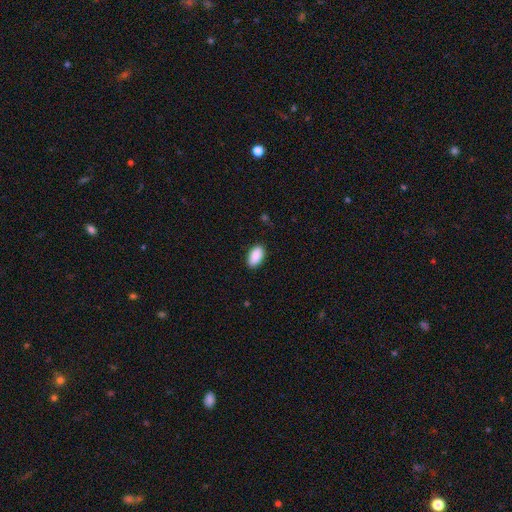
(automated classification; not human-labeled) Morphology: type=smooth (91%); roundness=in between (95%); merging=none (87%).